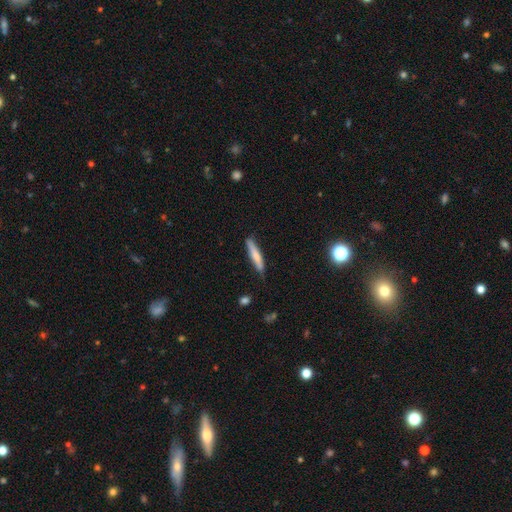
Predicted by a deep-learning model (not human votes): Smooth or featured? Predicted: smooth (p=0.72). How rounded? Predicted: cigar-shaped (p=0.89). Merging? Predicted: none (p=0.75).